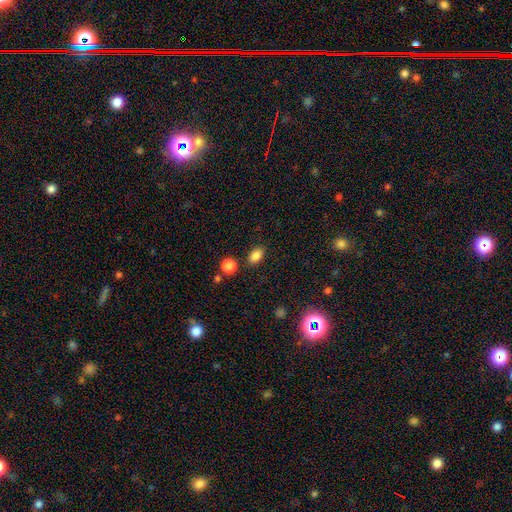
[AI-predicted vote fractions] This appears to be a smooth galaxy with no disk features (85%) that is in between round and cigar-shaped (84%). Merging: none (83%).